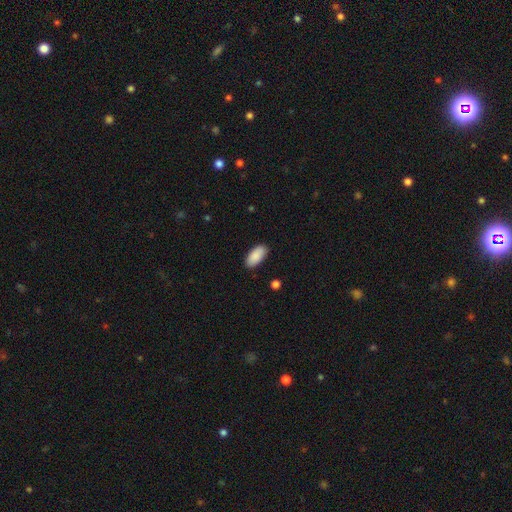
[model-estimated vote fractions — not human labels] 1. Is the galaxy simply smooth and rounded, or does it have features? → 90% smooth, 6% star or artifact, 4% featured or disk.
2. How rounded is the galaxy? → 93% in between, 5% cigar-shaped, 2% round.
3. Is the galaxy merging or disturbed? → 88% none, 9% minor disturbance, 2% major disturbance, 1% merger.